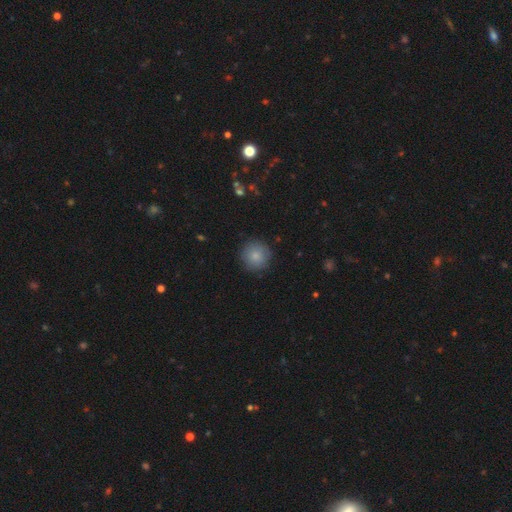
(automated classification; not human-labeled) Smooth or featured?
  - smooth: 84% *
  - star or artifact: 8%
  - featured or disk: 8%
How rounded?
  - round: 95% *
  - in between: 4%
  - cigar-shaped: 1%
Merging?
  - none: 87% *
  - minor disturbance: 9%
  - major disturbance: 2%
  - merger: 1%